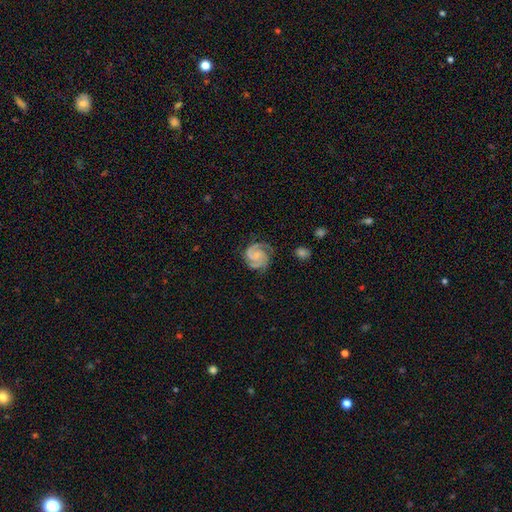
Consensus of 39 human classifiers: Volunteers were most divided on "spiral arm count": 2: 66%, 3: 26%, can't tell: 6%, 4: 3%, 1: 0%, more than 4: 0%. More confident: edge-on disk — no (100%); spiral arms — yes (100%); smooth or featured — featured or disk (90%); spiral winding — tight (74%); bulge size — small (71%); merging — none (69%); bar — no (69%).